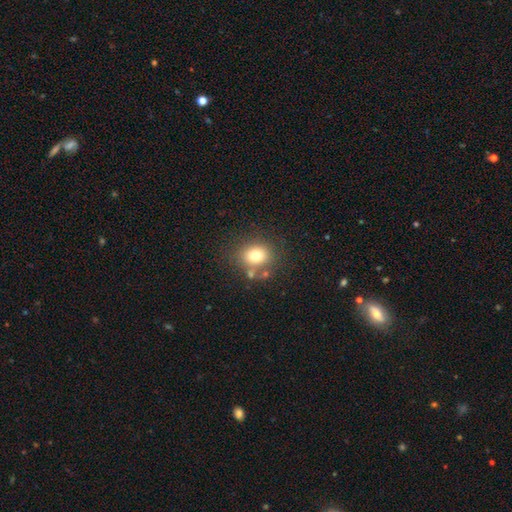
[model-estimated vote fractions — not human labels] A smooth galaxy with no disk features (75%) that is round (64%). Merging: none (70%).